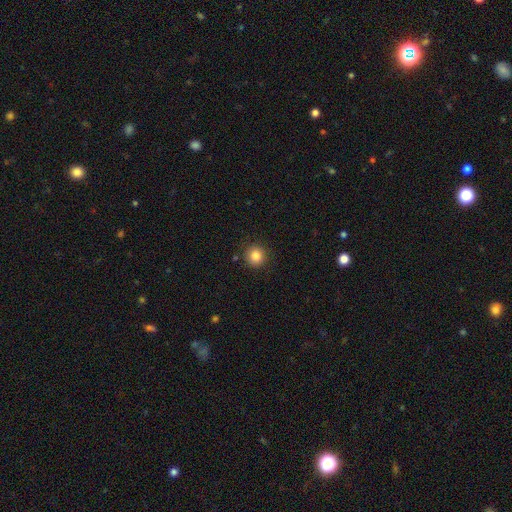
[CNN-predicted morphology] A smooth galaxy with no disk features (85%) that is round (93%).

Vote fractions:
- Smooth or featured? smooth: 85% / star or artifact: 10% / featured or disk: 5%
- How rounded? round: 93% / in between: 6% / cigar-shaped: 1%
- Merging? none: 89% / minor disturbance: 7% / major disturbance: 2% / merger: 1%